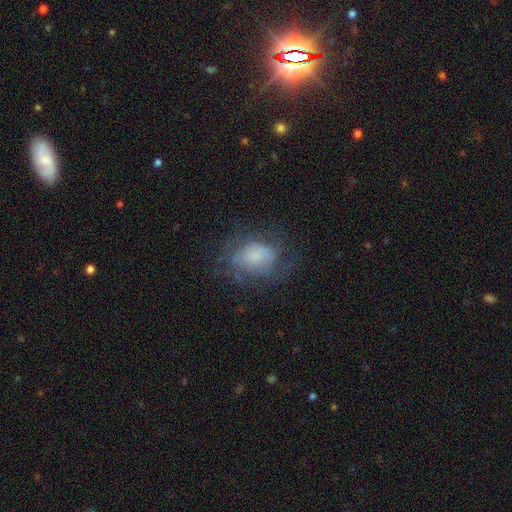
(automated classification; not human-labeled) smooth-or-featured: smooth: 50% | featured or disk: 39% | star or artifact: 12%
  merging: none: 52% | minor disturbance: 23% | major disturbance: 23% | merger: 2%